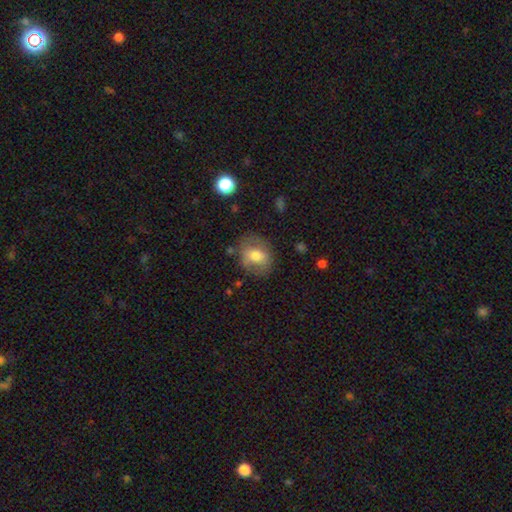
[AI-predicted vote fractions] Q: Smooth or featured?
A: smooth (64%); runner-up: featured or disk (28%)
Q: How rounded?
A: round (49%); tied with: in between (49%)
Q: Merging?
A: none (71%); runner-up: minor disturbance (18%)